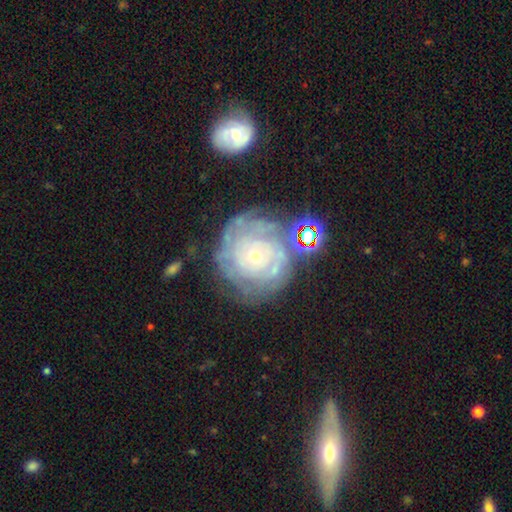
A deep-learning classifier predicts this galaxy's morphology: smooth-or-featured: featured or disk: 79% | smooth: 13% | star or artifact: 8%
  disk-edge-on: no: 97% | yes: 3%
    bar: no: 84% | weak: 12% | strong: 4%
    has-spiral-arms: yes: 86% | no: 14%
      spiral-winding: tight: 81% | medium: 14% | loose: 5%
      spiral-arm-count: can't tell: 48% | 4: 13% | 3: 12% | 2: 12% | more than 4: 9% | 1: 5%
    bulge-size: small: 62% | moderate: 34% | large: 2% | none: 1% | dominant: 1%
  merging: none: 64% | minor disturbance: 18% | major disturbance: 11% | merger: 7%